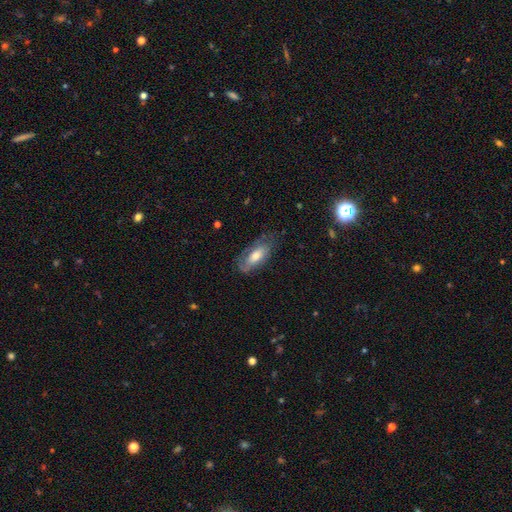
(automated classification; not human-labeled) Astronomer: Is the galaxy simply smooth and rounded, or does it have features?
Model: smooth — 54% (runner-up: featured or disk, 40%).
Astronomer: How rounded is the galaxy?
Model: in between — 84%.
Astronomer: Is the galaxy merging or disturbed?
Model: none — 63%.